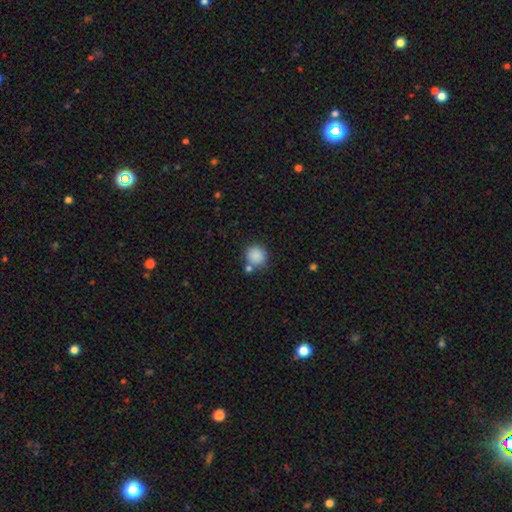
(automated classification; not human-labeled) Smooth or featured? Predicted: smooth (p=0.87). How rounded? Predicted: round (p=0.87). Merging? Predicted: none (p=0.73).